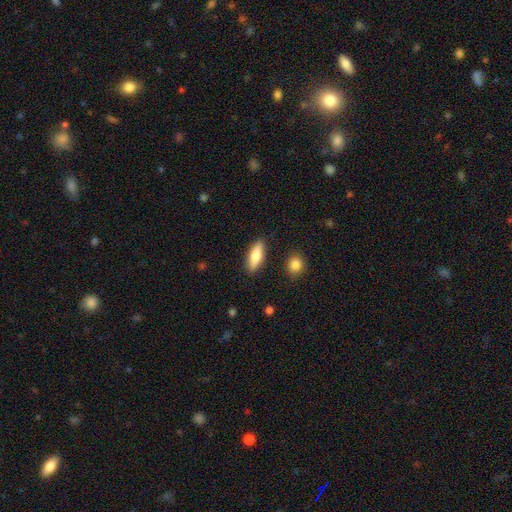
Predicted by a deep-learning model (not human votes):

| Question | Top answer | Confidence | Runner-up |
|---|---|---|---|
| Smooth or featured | smooth | 78% | featured or disk (16%) |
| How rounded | in between | 61% | cigar-shaped (37%) |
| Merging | none | 87% | minor disturbance (9%) |